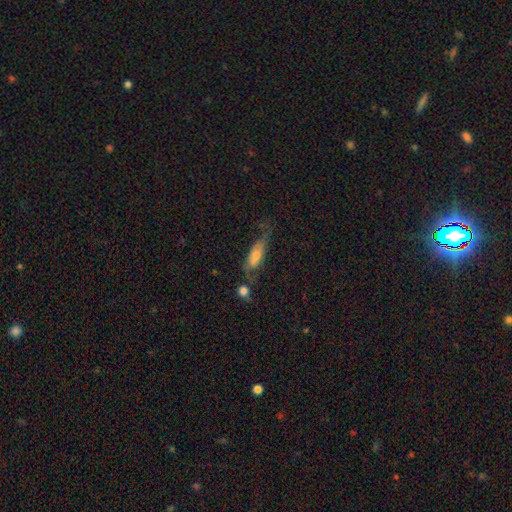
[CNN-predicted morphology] A smooth galaxy with no disk features (53%) that is in between round and cigar-shaped (56%).

Vote fractions:
- Smooth or featured? smooth: 53% / featured or disk: 39% / star or artifact: 9%
- How rounded? in between: 56% / cigar-shaped: 40% / round: 4%
- Merging? none: 42% / minor disturbance: 28% / major disturbance: 20% / merger: 10%